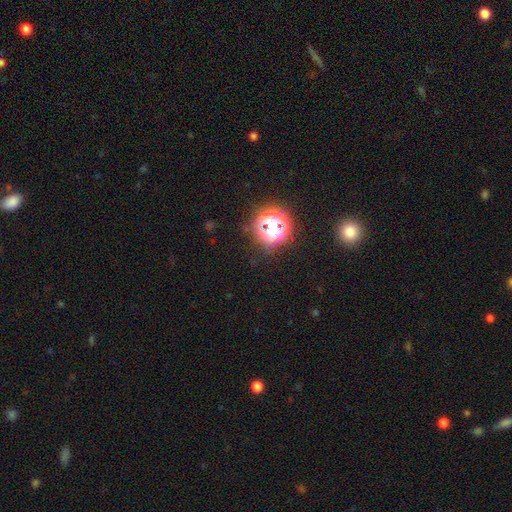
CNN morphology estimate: Smooth or featured?
  - star or artifact: 76% *
  - smooth: 18%
  - featured or disk: 6%